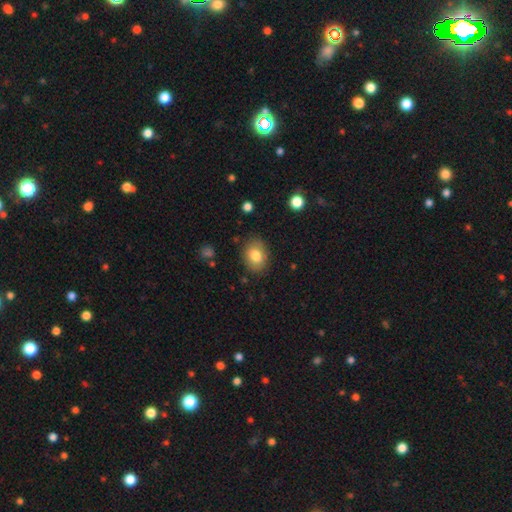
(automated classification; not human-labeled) A smooth galaxy with no disk features (80%) that is in between round and cigar-shaped (65%). Merging: none (83%).